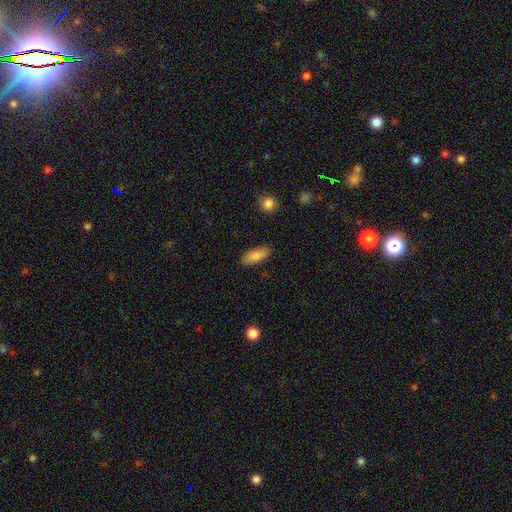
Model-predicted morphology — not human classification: Smooth or featured? smooth (87%)
How rounded? in between (75%)
Merging? none (88%)